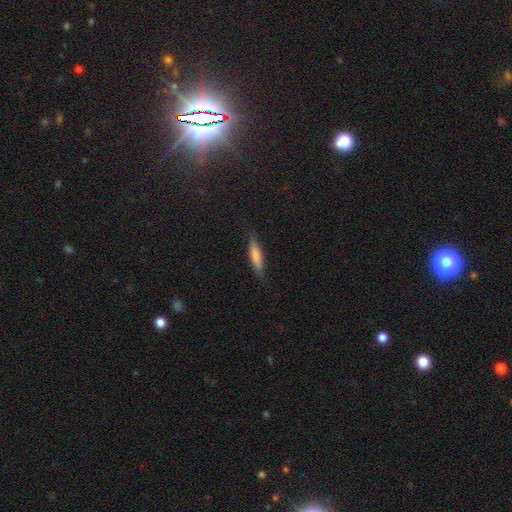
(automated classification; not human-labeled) Smooth or featured?
  - smooth: 72% *
  - featured or disk: 22%
  - star or artifact: 6%
How rounded?
  - cigar-shaped: 80% *
  - in between: 19%
  - round: 2%
Merging?
  - none: 82% *
  - minor disturbance: 14%
  - major disturbance: 3%
  - merger: 1%